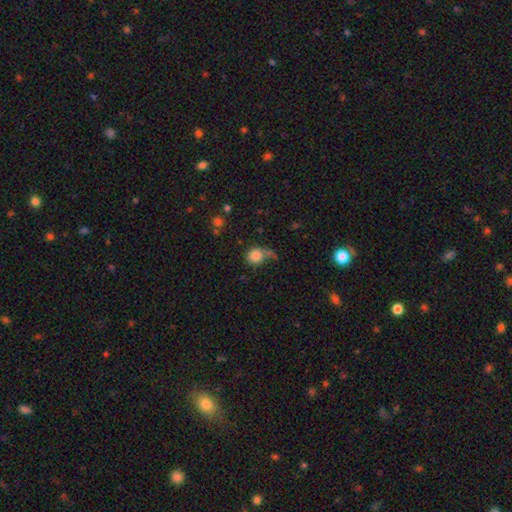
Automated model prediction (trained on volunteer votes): This appears to be a smooth galaxy with no disk features (81%) that is round (83%). Merging: none (52%).